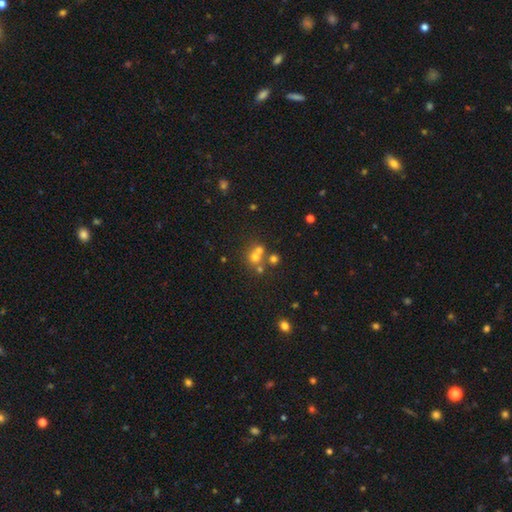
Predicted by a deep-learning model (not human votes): smooth-or-featured: smooth: 55% | star or artifact: 25% | featured or disk: 20%
  how-rounded: round: 82% | in between: 17% | cigar-shaped: 1%
  merging: merger: 45% | none: 44% | minor disturbance: 7% | major disturbance: 4%